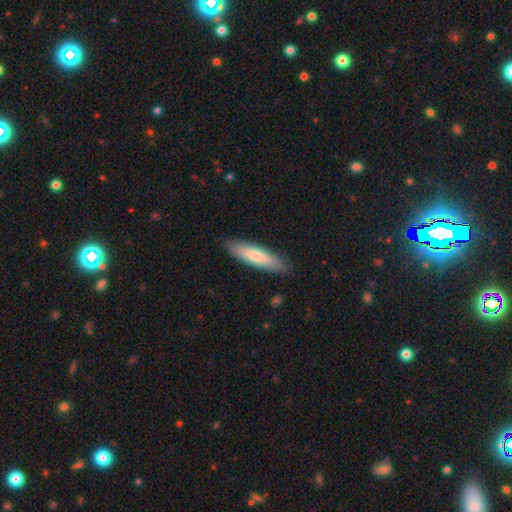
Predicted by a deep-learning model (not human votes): A smooth galaxy with no disk features (75%) that is cigar-shaped (61%). Merging: none (86%).